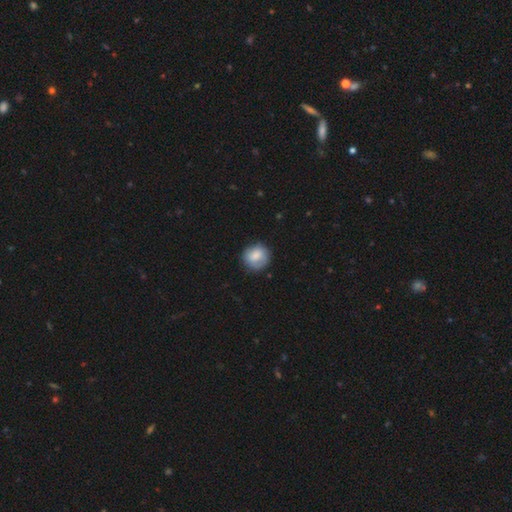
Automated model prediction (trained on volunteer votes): smooth 79%, featured or disk 13%, star or artifact 7%. Down the decision tree: how rounded — round (85%); merging — none (76%).